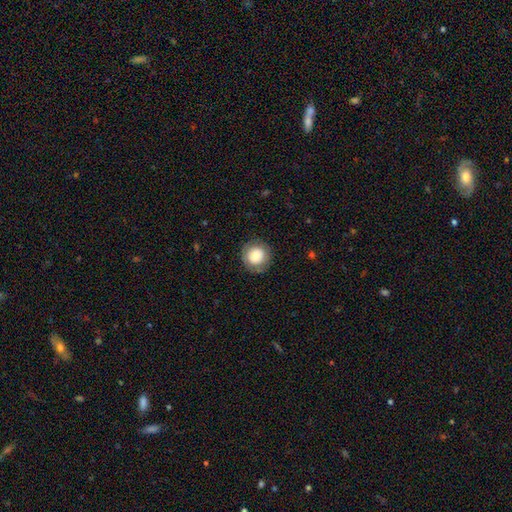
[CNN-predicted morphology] Overall: smooth (77%). How rounded: round (92%). Merging: none (84%).